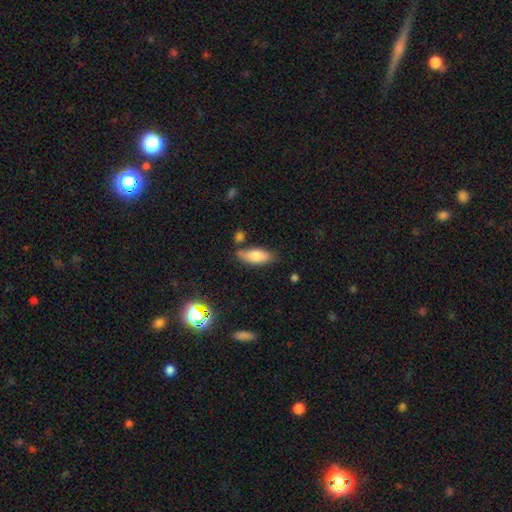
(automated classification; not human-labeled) smooth-or-featured: smooth: 80% | featured or disk: 13% | star or artifact: 7%
  how-rounded: in between: 78% | cigar-shaped: 20% | round: 2%
  merging: none: 73% | minor disturbance: 17% | merger: 7% | major disturbance: 4%